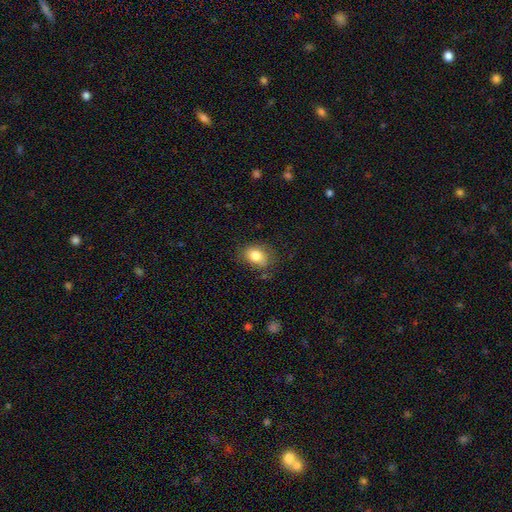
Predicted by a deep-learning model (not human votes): smooth_or_featured: smooth (p=0.82) [alt: featured or disk p=0.09]
how_rounded: in between (p=0.73) [alt: round p=0.26]
merging: none (p=0.73) [alt: minor disturbance p=0.20]